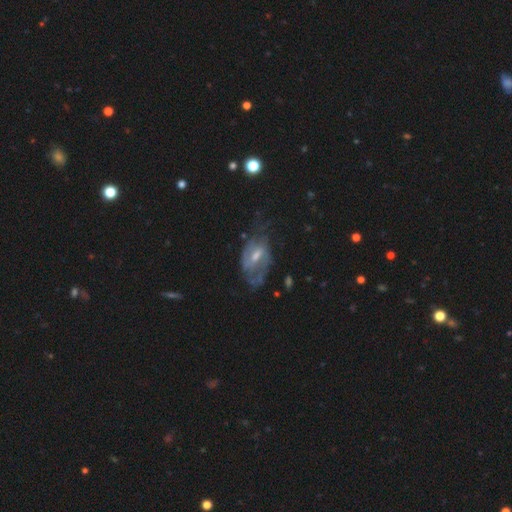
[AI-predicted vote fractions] A featured or disk galaxy (67%) with a weak bar (54%), spiral arms (68%) and a moderate central bulge (51%).

Vote fractions:
- Smooth or featured? featured or disk: 67% / smooth: 25% / star or artifact: 8%
- Edge-on disk? no: 95% / yes: 5%
- Bar? weak: 54% / no: 27% / strong: 19%
- Spiral arms? yes: 68% / no: 32%
- Bulge size? moderate: 51% / small: 33% / none: 8% / large: 6% / dominant: 1%
- Merging? none: 41% / major disturbance: 29% / minor disturbance: 27% / merger: 3%